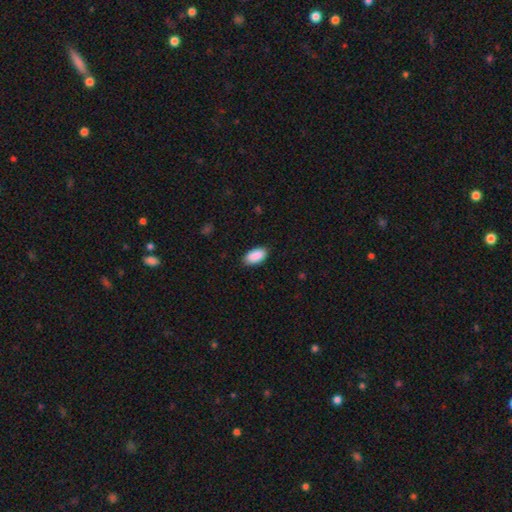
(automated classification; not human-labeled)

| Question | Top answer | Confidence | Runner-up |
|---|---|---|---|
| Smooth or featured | smooth | 90% | star or artifact (6%) |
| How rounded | in between | 95% | round (3%) |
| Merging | none | 84% | minor disturbance (13%) |